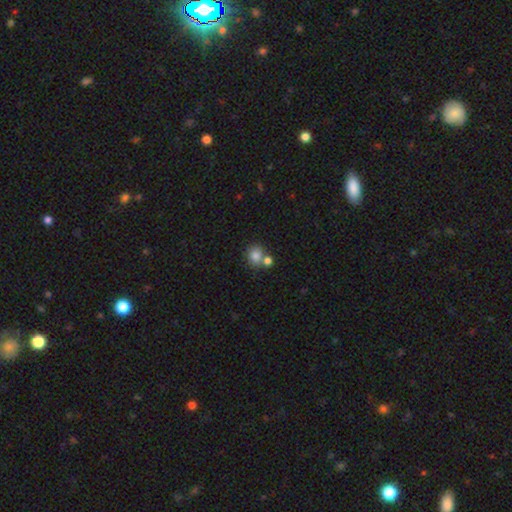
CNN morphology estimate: Smooth or featured?
  - smooth: 81% *
  - star or artifact: 11%
  - featured or disk: 9%
How rounded?
  - round: 76% *
  - in between: 23%
  - cigar-shaped: 1%
Merging?
  - none: 54% *
  - merger: 33%
  - minor disturbance: 9%
  - major disturbance: 3%